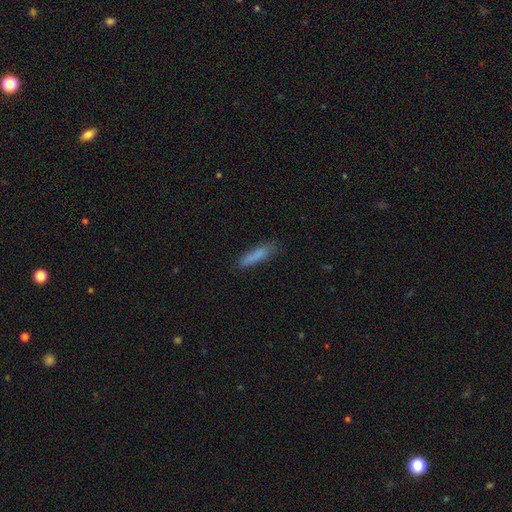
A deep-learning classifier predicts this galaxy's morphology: smooth_or_featured: smooth (p=0.82) [alt: featured or disk p=0.10]
how_rounded: cigar-shaped (p=0.79) [alt: in between p=0.19]
merging: none (p=0.79) [alt: minor disturbance p=0.16]